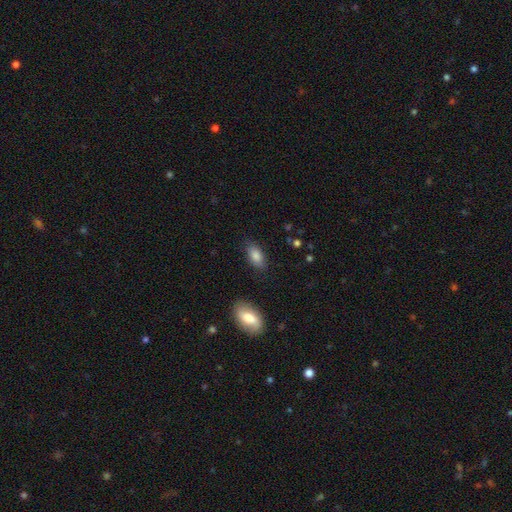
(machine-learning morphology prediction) smooth-or-featured: smooth: 84% | featured or disk: 8% | star or artifact: 7%
  how-rounded: in between: 91% | cigar-shaped: 6% | round: 4%
  merging: none: 83% | minor disturbance: 12% | major disturbance: 3% | merger: 2%